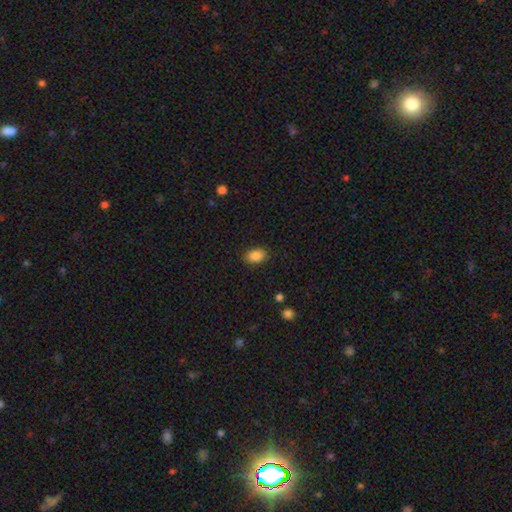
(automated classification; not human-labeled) Overall: smooth (88%). How rounded: in between (81%). Merging: none (86%).